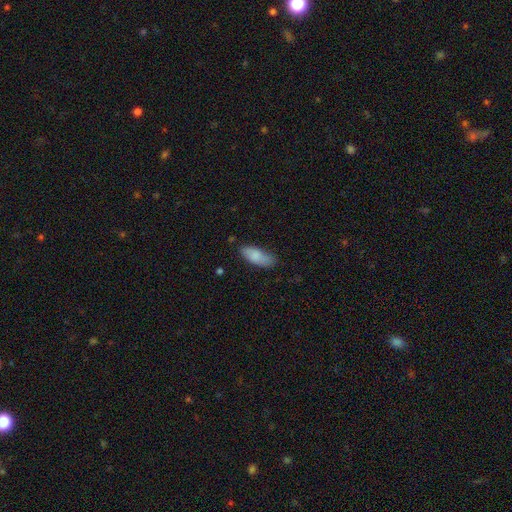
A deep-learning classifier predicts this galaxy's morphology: type=smooth (83%); roundness=in between (77%); merging=none (71%).